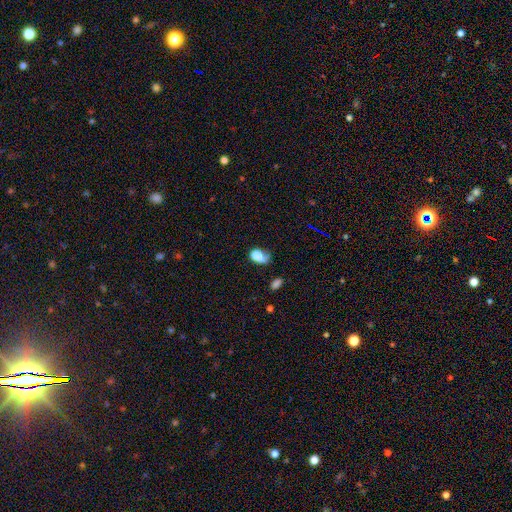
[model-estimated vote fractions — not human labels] smooth-or-featured: smooth: 74% | featured or disk: 17% | star or artifact: 9%
  how-rounded: in between: 78% | round: 20% | cigar-shaped: 2%
  merging: minor disturbance: 32% | major disturbance: 30% | none: 30% | merger: 7%